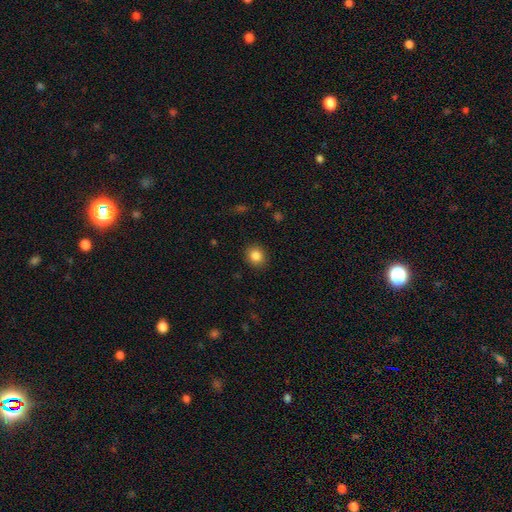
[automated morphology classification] smooth-or-featured: smooth: 85% | star or artifact: 10% | featured or disk: 5%
  how-rounded: round: 73% | in between: 26% | cigar-shaped: 1%
  merging: none: 90% | minor disturbance: 7% | major disturbance: 2% | merger: 1%